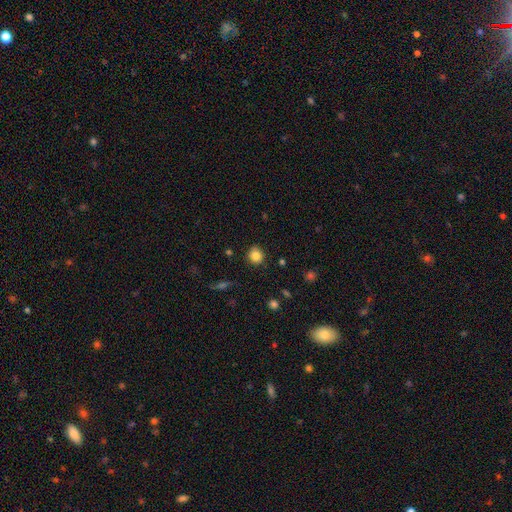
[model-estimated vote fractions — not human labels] smooth 84%, star or artifact 10%, featured or disk 6%. Down the decision tree: how rounded — round (88%); merging — none (87%).